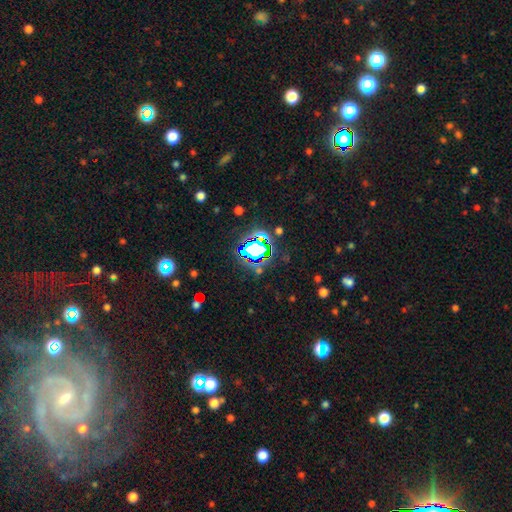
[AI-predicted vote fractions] A star or artifact, not a galaxy (69%).

Vote fractions:
- Smooth or featured? star or artifact: 69% / smooth: 19% / featured or disk: 12%